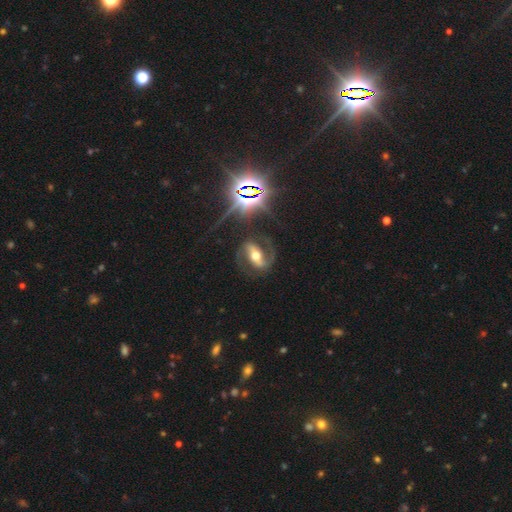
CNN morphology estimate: smooth_or_featured: featured or disk (p=0.79) [alt: star or artifact p=0.12]
disk_edge_on: no (p=0.95) [alt: yes p=0.05]
bar: strong (p=0.60) [alt: weak p=0.24]
has_spiral_arms: yes (p=0.92) [alt: no p=0.08]
spiral_winding: medium (p=0.51) [alt: loose p=0.29]
spiral_arm_count: 2 (p=0.90) [alt: can't tell p=0.04]
bulge_size: moderate (p=0.71) [alt: small p=0.13]
merging: none (p=0.76) [alt: minor disturbance p=0.12]